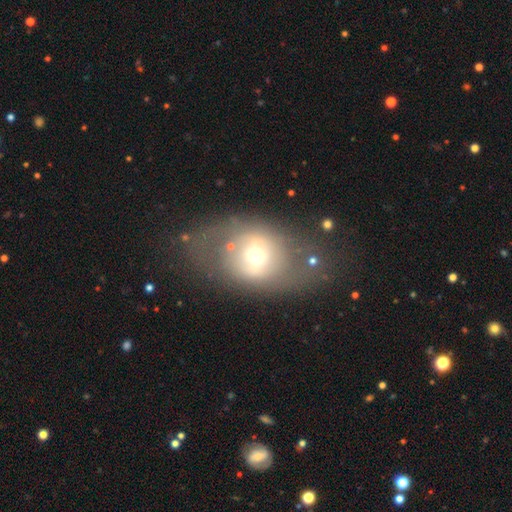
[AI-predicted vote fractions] Overall: featured or disk (46%; smooth 42%). Merging: none (61%).